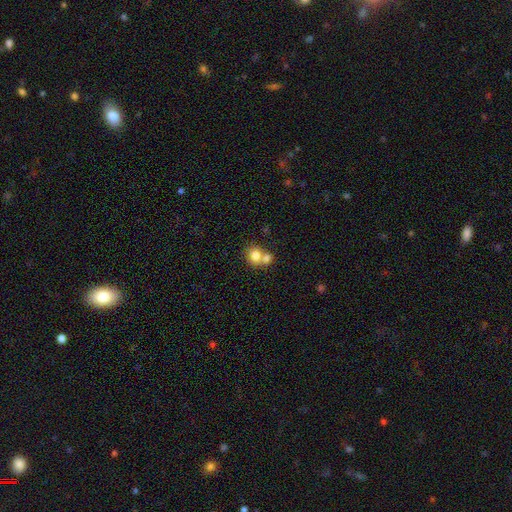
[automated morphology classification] type=smooth (79%); roundness=round (75%); merging=merger (54%).